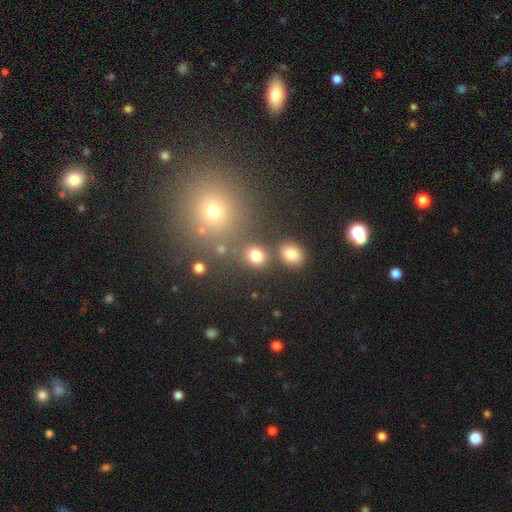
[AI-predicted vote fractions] The model was most divided on "how rounded": round: 69%, in between: 30%, cigar-shaped: 1%. More confident: smooth or featured — smooth (79%); merging — none (72%).